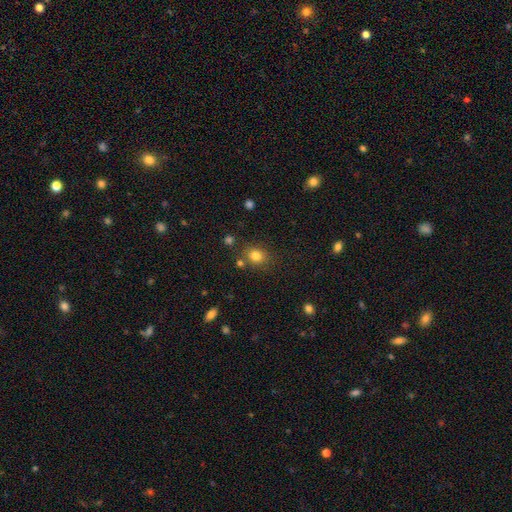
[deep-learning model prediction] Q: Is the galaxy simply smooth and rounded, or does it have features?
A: smooth — 80%.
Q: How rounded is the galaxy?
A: round — 65%.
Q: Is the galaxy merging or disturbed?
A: none — 77%.